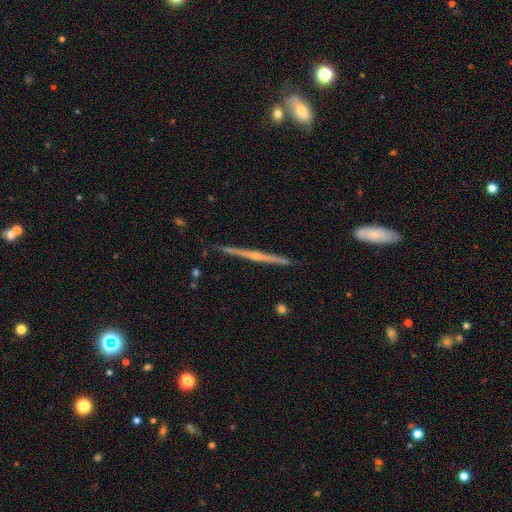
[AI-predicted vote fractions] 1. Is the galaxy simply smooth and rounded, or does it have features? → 71% featured or disk, 18% smooth, 11% star or artifact.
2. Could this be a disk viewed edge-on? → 97% yes, 3% no.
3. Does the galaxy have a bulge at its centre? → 65% rounded, 25% none, 9% boxy.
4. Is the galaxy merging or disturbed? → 87% none, 9% minor disturbance, 2% merger, 2% major disturbance.